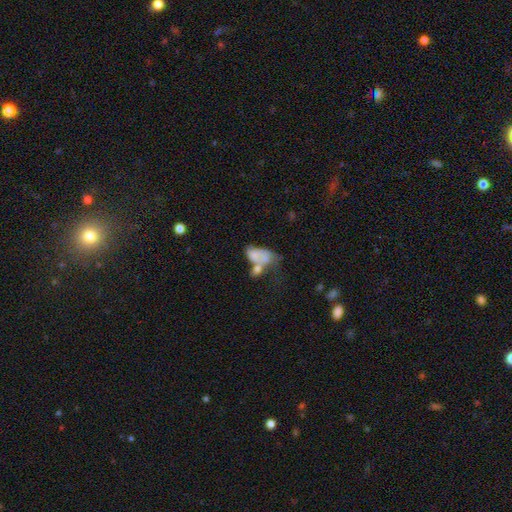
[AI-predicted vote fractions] This appears to be a smooth galaxy with no disk features (53%) that is in between round and cigar-shaped (88%). Merging: merger (53%).